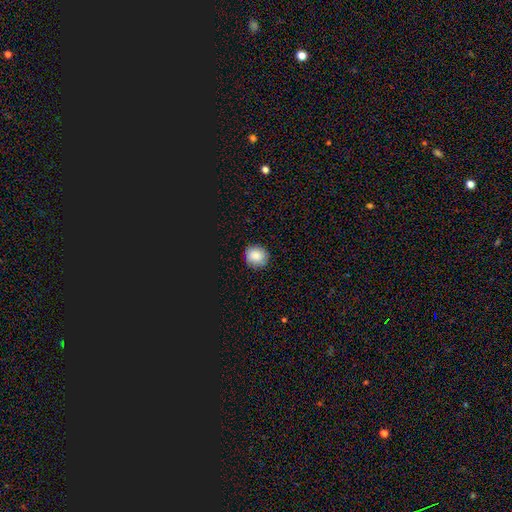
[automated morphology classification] smooth_or_featured: smooth (p=0.84) [alt: star or artifact p=0.10]
how_rounded: round (p=0.82) [alt: in between p=0.17]
merging: none (p=0.86) [alt: minor disturbance p=0.11]